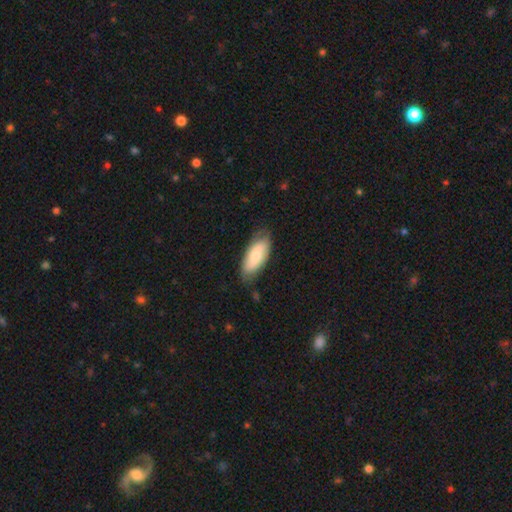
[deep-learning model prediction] A smooth galaxy with no disk features (73%) that is in between round and cigar-shaped (84%). Merging: none (74%).